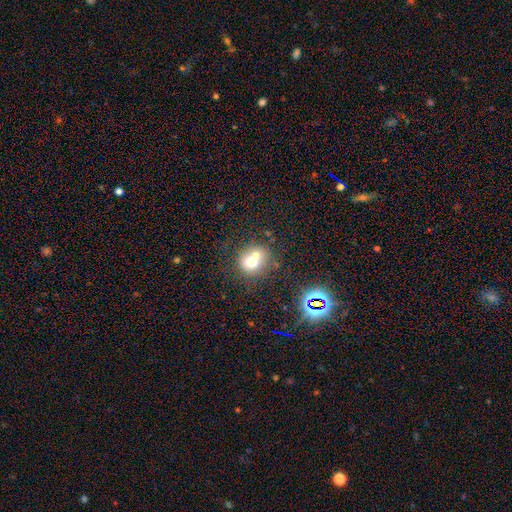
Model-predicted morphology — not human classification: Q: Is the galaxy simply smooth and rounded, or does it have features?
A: smooth — 64%.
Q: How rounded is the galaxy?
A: round — 77%.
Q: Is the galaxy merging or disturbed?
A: merger — 56%.